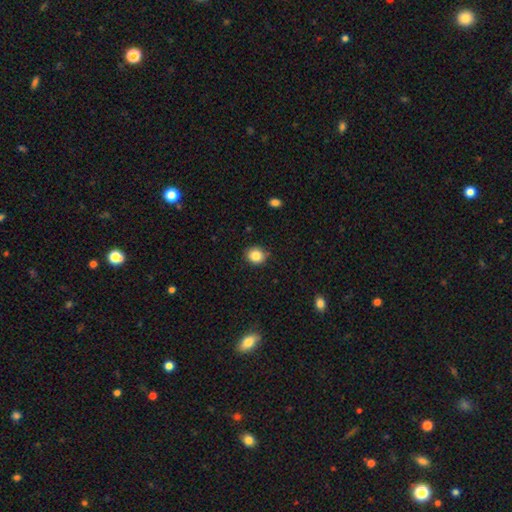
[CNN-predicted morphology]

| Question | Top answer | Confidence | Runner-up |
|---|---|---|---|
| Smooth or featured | smooth | 84% | star or artifact (10%) |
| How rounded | round | 81% | in between (18%) |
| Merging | none | 88% | minor disturbance (9%) |